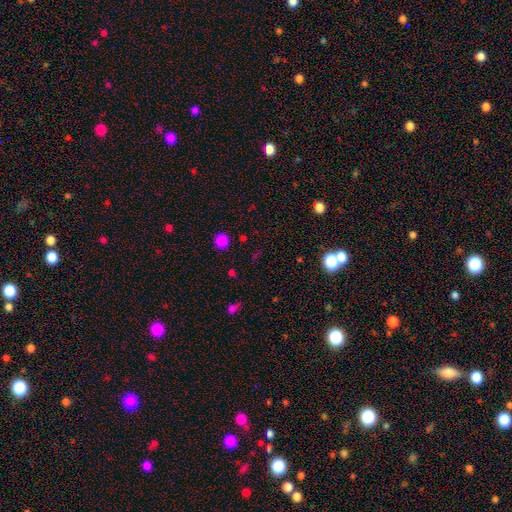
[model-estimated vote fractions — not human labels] A smooth galaxy with no disk features (48%). Merging: none (83%).